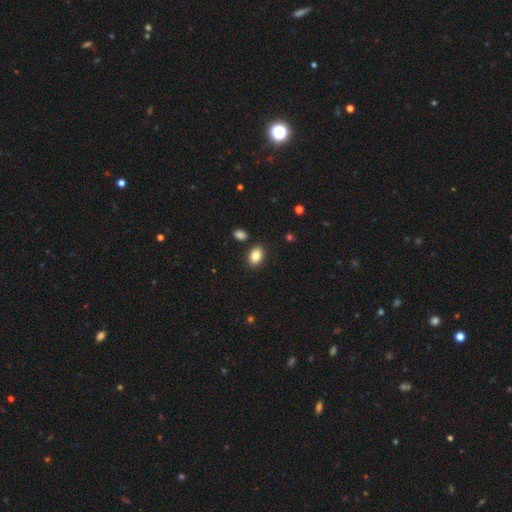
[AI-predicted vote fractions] smooth-or-featured: smooth: 84% | star or artifact: 9% | featured or disk: 7%
  how-rounded: in between: 79% | round: 20% | cigar-shaped: 1%
  merging: none: 86% | minor disturbance: 9% | merger: 4% | major disturbance: 2%